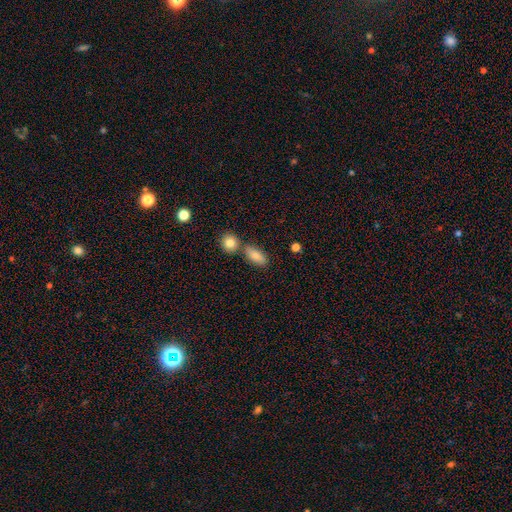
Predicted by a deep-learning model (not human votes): smooth 80%, featured or disk 12%, star or artifact 8%. Down the decision tree: how rounded — in between (82%); merging — none (64%).